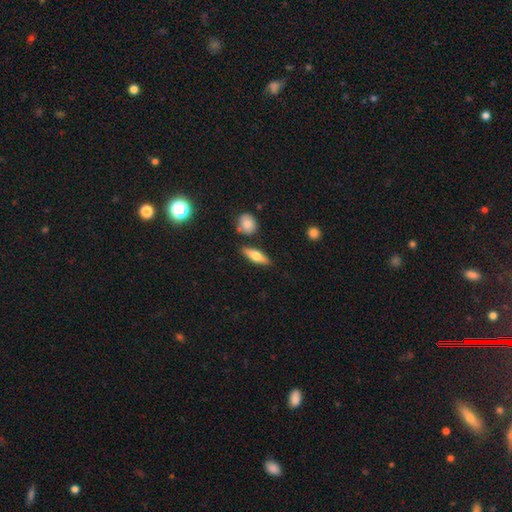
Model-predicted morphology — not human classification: A smooth galaxy with no disk features (60%) that is cigar-shaped (50%). Merging: none (82%).